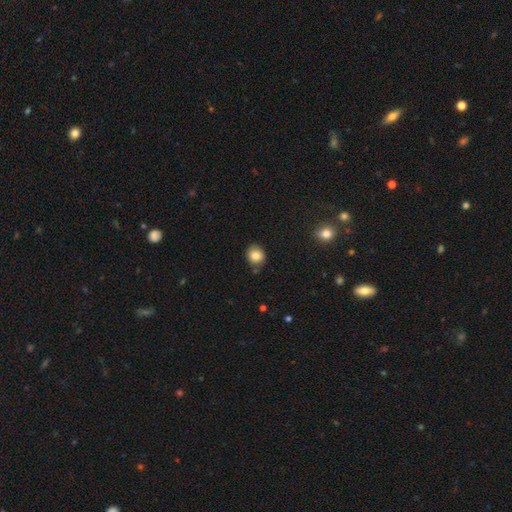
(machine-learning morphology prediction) This appears to be a smooth galaxy with no disk features (83%) that is round (79%). Merging: none (82%).